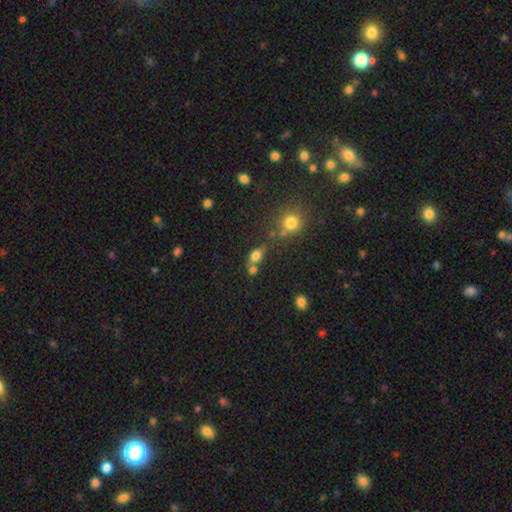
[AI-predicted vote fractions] This appears to be a smooth galaxy with no disk features (75%) that is in between round and cigar-shaped (67%). Merging: none (44%).